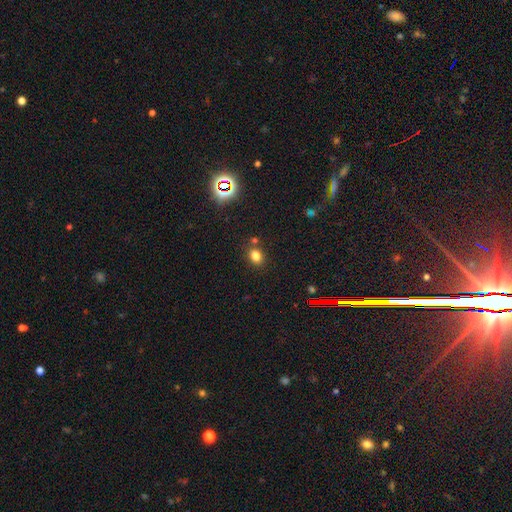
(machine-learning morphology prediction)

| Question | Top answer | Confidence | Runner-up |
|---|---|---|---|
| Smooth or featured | smooth | 78% | star or artifact (15%) |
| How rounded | in between | 57% | round (42%) |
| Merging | none | 77% | minor disturbance (11%) |